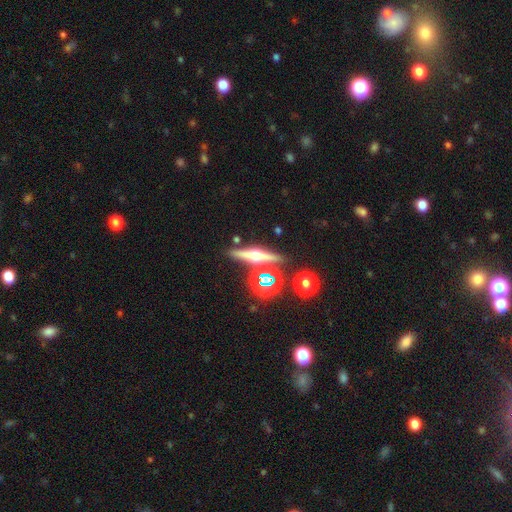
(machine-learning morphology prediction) This appears to be a featured or disk galaxy (61%) viewed edge-on (93%) with a rounded central bulge (94%). Merging: none (83%).